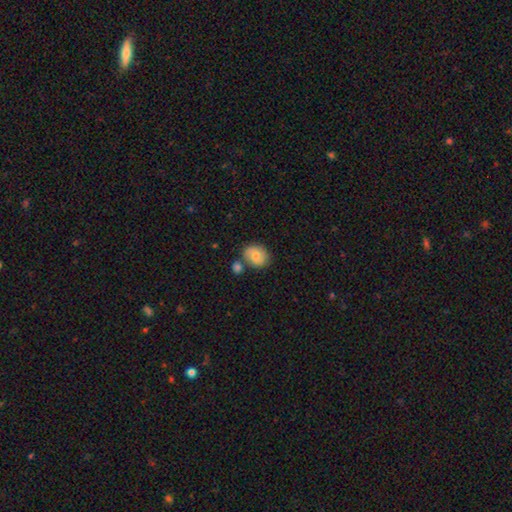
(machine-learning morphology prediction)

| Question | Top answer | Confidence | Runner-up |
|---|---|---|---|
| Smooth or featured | smooth | 66% | featured or disk (26%) |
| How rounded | round | 61% | in between (38%) |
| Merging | none | 59% | merger (19%) |